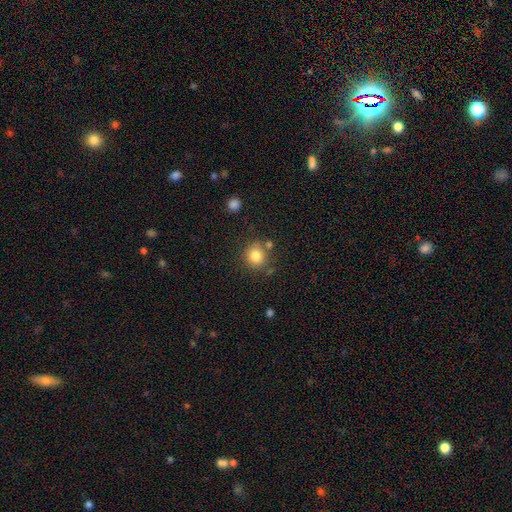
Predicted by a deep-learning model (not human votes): smooth 81%, star or artifact 11%, featured or disk 8%. Down the decision tree: how rounded — round (85%); merging — none (74%).